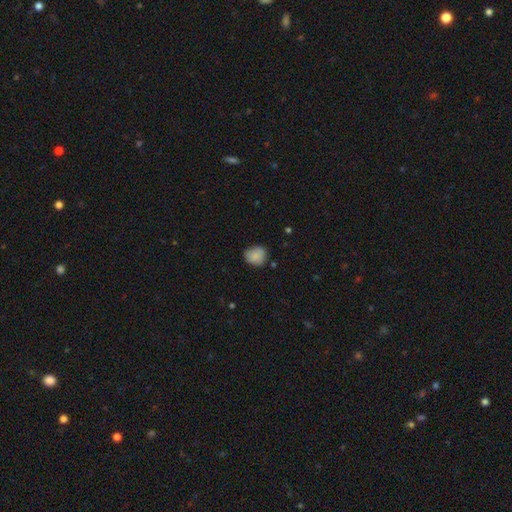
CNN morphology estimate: A smooth galaxy with no disk features (85%) that is round (79%).

Vote fractions:
- Smooth or featured? smooth: 85% / star or artifact: 8% / featured or disk: 7%
- How rounded? round: 79% / in between: 20% / cigar-shaped: 1%
- Merging? none: 73% / minor disturbance: 21% / major disturbance: 4% / merger: 2%